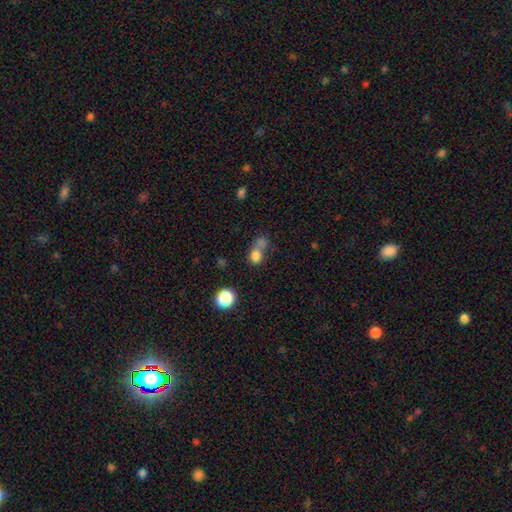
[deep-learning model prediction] A smooth galaxy with no disk features (78%) that is round (68%).

Vote fractions:
- Smooth or featured? smooth: 78% / star or artifact: 14% / featured or disk: 9%
- How rounded? round: 68% / in between: 30% / cigar-shaped: 1%
- Merging? merger: 46% / none: 37% / minor disturbance: 10% / major disturbance: 7%